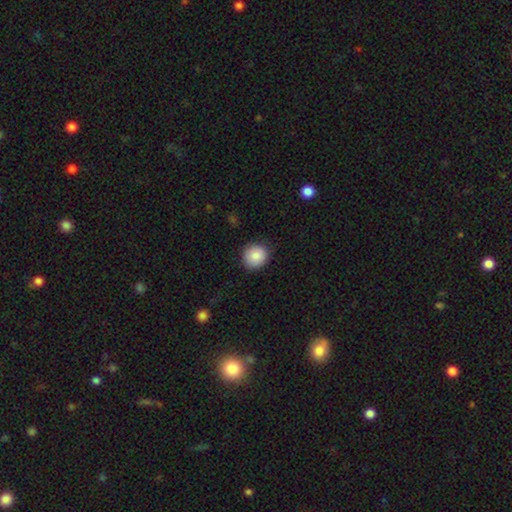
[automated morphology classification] Smooth or featured? smooth (85%)
How rounded? round (86%)
Merging? none (86%)